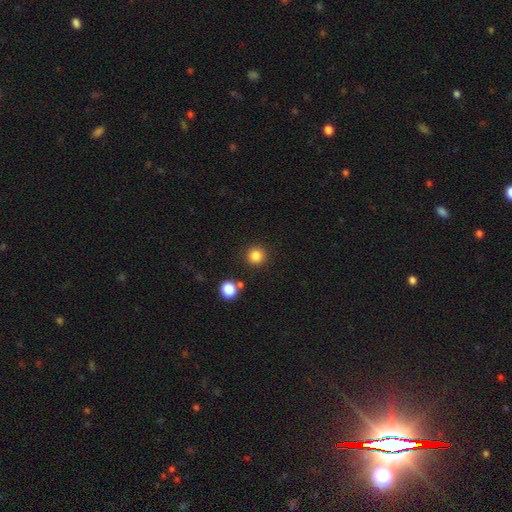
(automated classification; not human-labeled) smooth 84%, star or artifact 12%, featured or disk 4%. Down the decision tree: how rounded — round (94%); merging — none (88%).